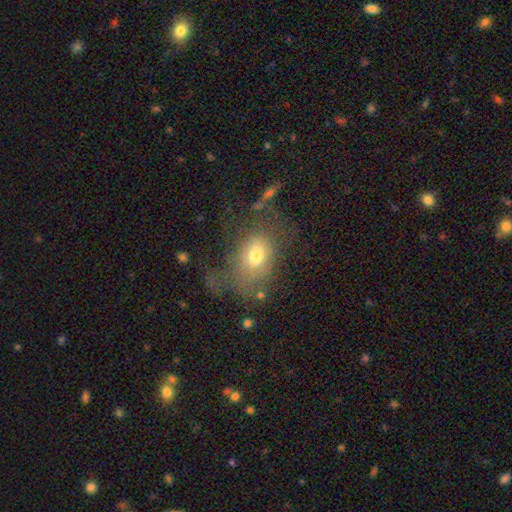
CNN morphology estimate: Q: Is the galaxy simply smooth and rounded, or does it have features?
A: smooth — 65%.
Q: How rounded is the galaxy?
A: in between — 76%.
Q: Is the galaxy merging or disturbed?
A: none — 41%.